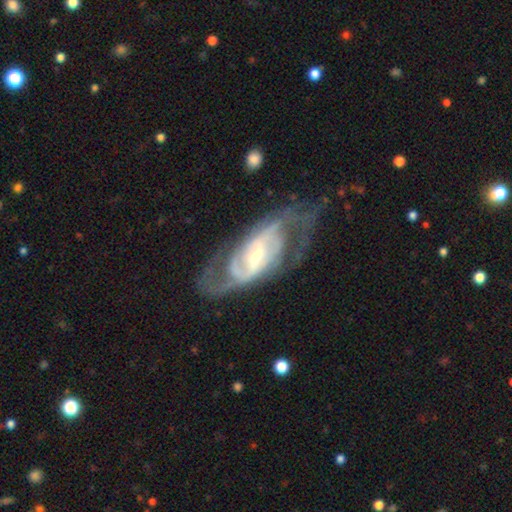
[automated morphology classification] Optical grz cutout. It shows a featured or disk galaxy (90%) with a weak bar (44%), 2 (66%) medium (46%) spiral arms (95%) and a moderate central bulge (50%). Merging: none (63%).